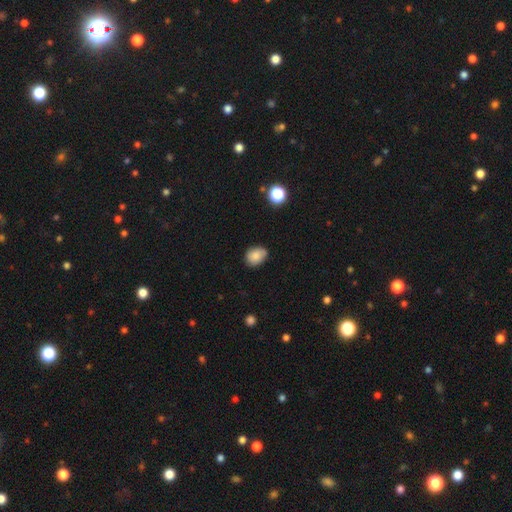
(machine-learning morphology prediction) type=smooth (83%); roundness=in between (58%); merging=none (71%).